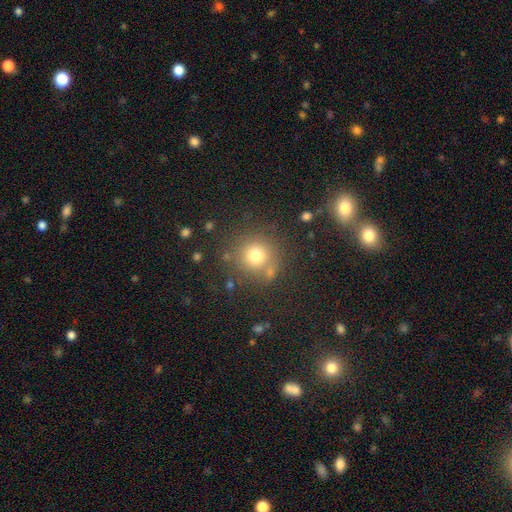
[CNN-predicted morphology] Smooth or featured? smooth (75%)
How rounded? round (92%)
Merging? none (77%)